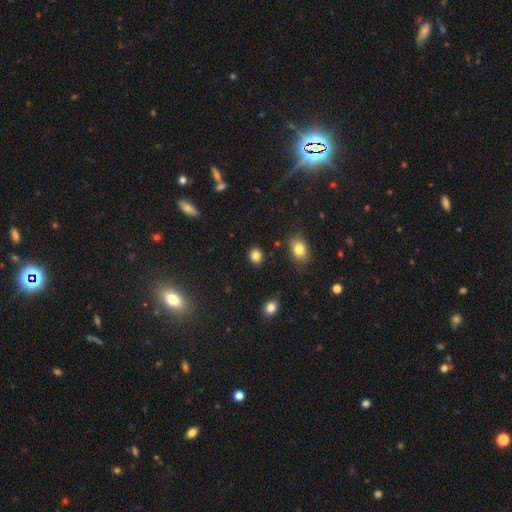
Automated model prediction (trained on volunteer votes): This appears to be a smooth galaxy with no disk features (85%) that is round (58%). Merging: none (88%).